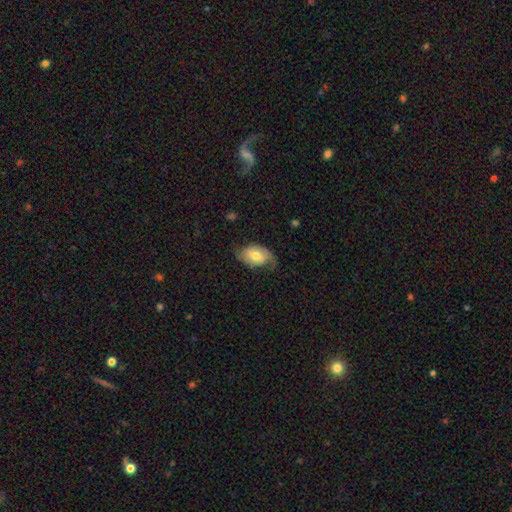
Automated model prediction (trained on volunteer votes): Smooth or featured? featured or disk (48%)
Merging? none (57%)